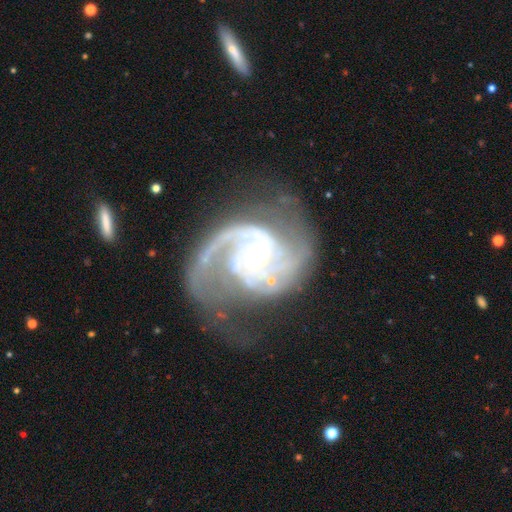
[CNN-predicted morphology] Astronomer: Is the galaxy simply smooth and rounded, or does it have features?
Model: featured or disk — 93%.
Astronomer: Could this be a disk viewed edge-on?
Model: no — 98%.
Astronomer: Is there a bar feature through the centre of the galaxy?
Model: no — 60%.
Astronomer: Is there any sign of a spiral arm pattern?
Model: yes — 98%.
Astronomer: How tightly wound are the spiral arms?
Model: medium — 54% (runner-up: tight, 30%).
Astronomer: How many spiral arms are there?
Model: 2 — 74%.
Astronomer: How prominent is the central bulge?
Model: moderate — 53% (runner-up: small, 40%).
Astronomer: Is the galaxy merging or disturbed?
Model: none — 55%.